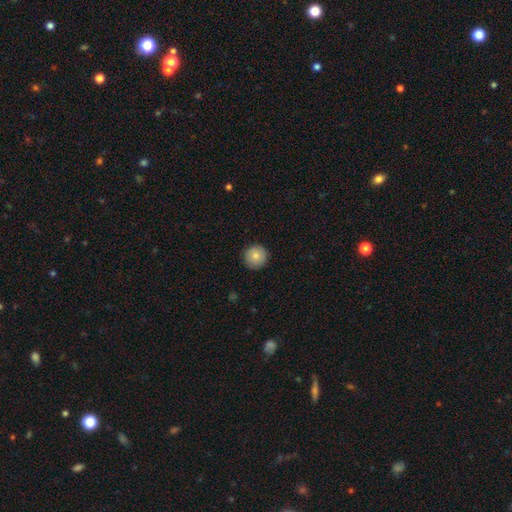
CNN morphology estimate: smooth-or-featured: smooth: 84% | featured or disk: 9% | star or artifact: 8%
  how-rounded: round: 96% | in between: 3% | cigar-shaped: 1%
  merging: none: 91% | minor disturbance: 6% | major disturbance: 2% | merger: 1%